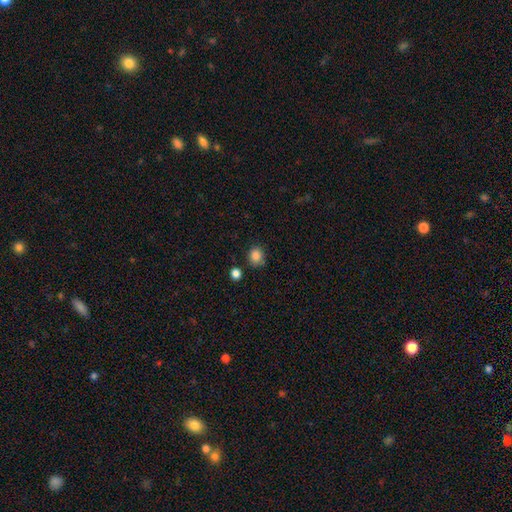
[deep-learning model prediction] Q: Smooth or featured?
A: smooth (85%); runner-up: star or artifact (11%)
Q: How rounded?
A: round (79%); runner-up: in between (21%)
Q: Merging?
A: none (76%); runner-up: minor disturbance (16%)